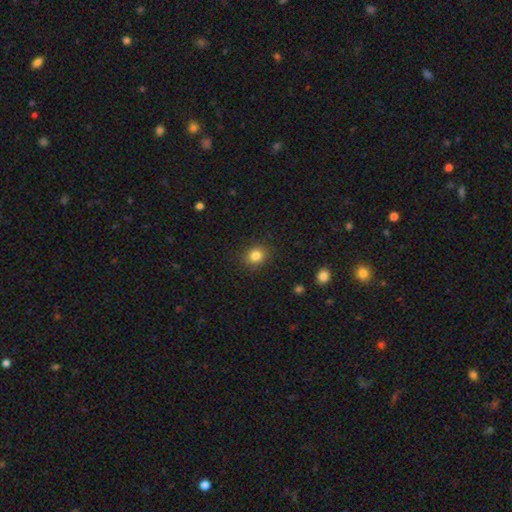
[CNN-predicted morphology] smooth-or-featured: smooth: 84% | star or artifact: 11% | featured or disk: 5%
  how-rounded: round: 75% | in between: 24% | cigar-shaped: 1%
  merging: none: 89% | minor disturbance: 8% | major disturbance: 2% | merger: 1%